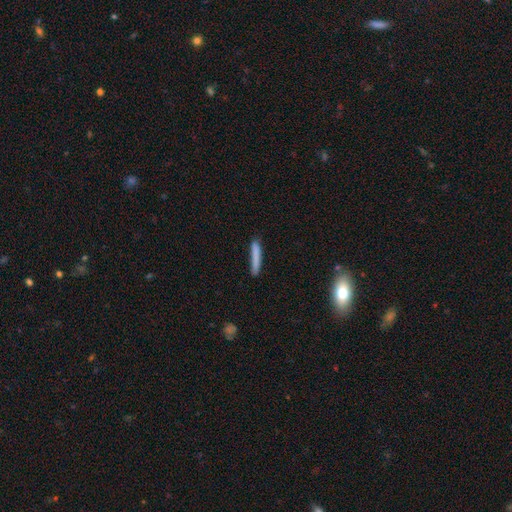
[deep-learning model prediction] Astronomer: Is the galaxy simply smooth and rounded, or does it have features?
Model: smooth — 80%.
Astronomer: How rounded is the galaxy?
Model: cigar-shaped — 94%.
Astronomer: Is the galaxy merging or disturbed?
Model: none — 83%.